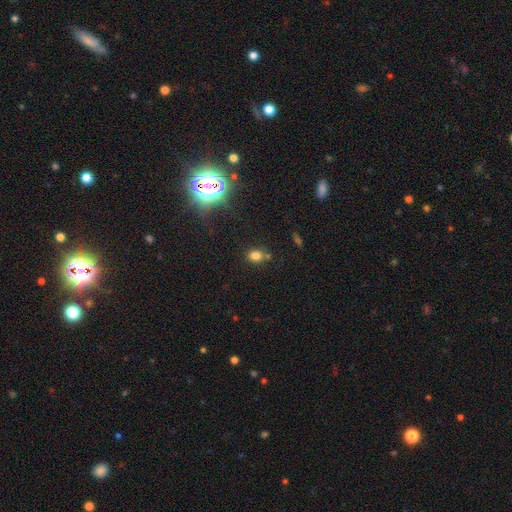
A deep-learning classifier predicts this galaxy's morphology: Overall: smooth (74%). How rounded: round (54%; in between 45%). Merging: none (66%).